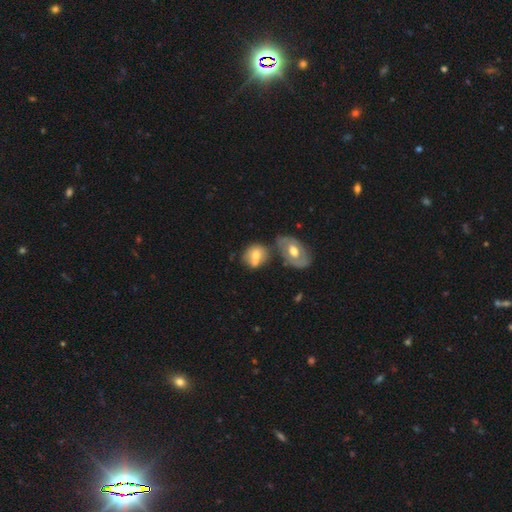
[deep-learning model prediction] Overall: smooth (63%; featured or disk 29%). How rounded: round (55%; in between 43%). Merging: none (41%; merger 36%).